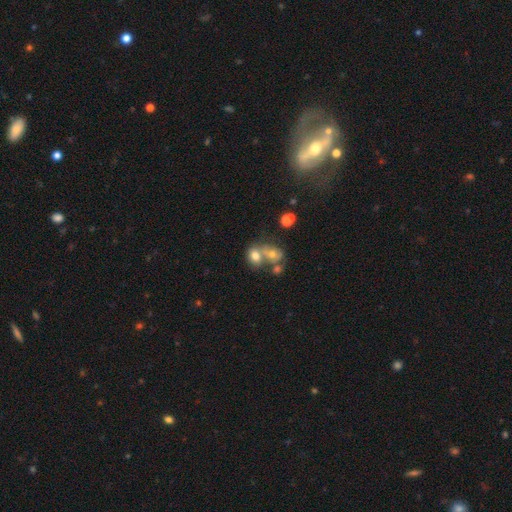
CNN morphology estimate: Q: Smooth or featured?
A: smooth (68%); runner-up: featured or disk (18%)
Q: How rounded?
A: in between (57%); runner-up: round (41%)
Q: Merging?
A: merger (51%); runner-up: none (32%)